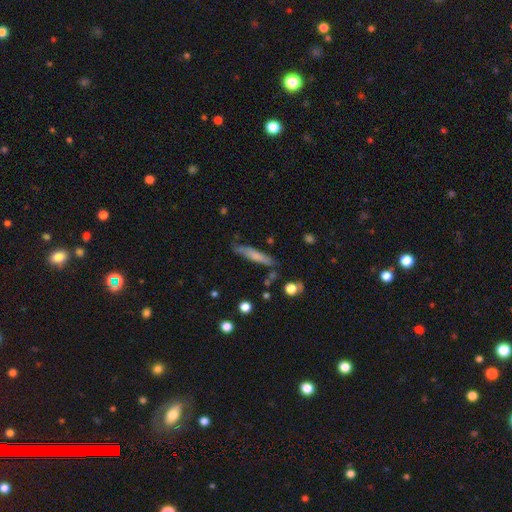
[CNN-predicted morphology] smooth 66%, featured or disk 27%, star or artifact 7%. Down the decision tree: how rounded — cigar-shaped (87%); merging — none (74%).